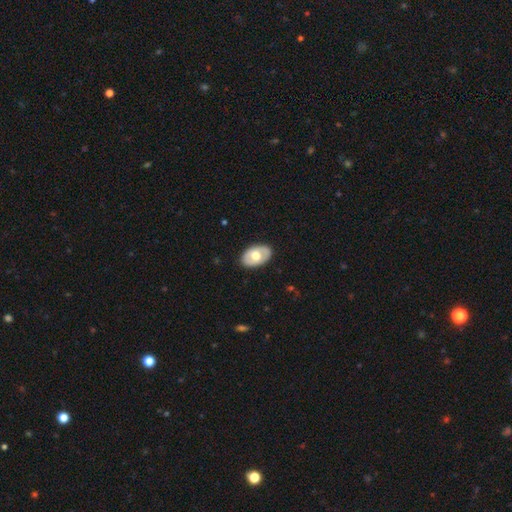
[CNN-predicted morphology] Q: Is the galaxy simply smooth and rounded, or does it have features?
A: smooth — 53%.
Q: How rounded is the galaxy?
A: in between — 88%.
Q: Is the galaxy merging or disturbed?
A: none — 86%.